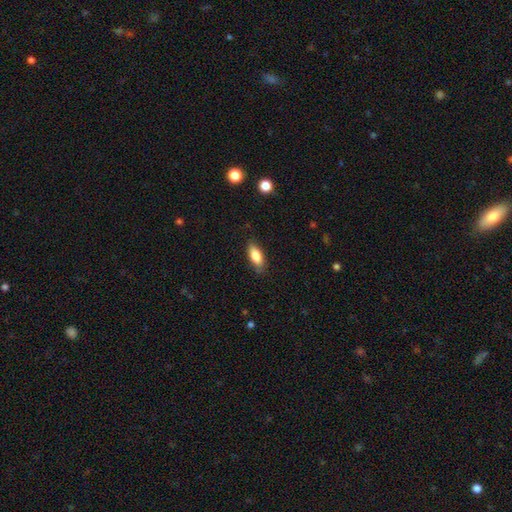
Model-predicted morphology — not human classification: This is clearly a smooth galaxy (84%). How rounded: clearly in between (82%). Merging: clearly none (81%).